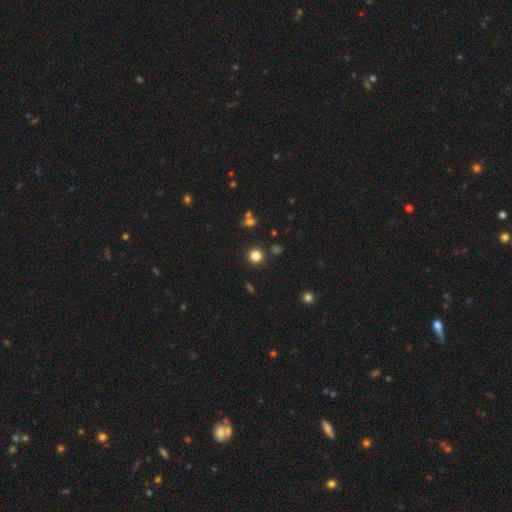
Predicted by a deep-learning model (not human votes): A smooth galaxy with no disk features (82%) that is round (93%). Merging: none (89%).